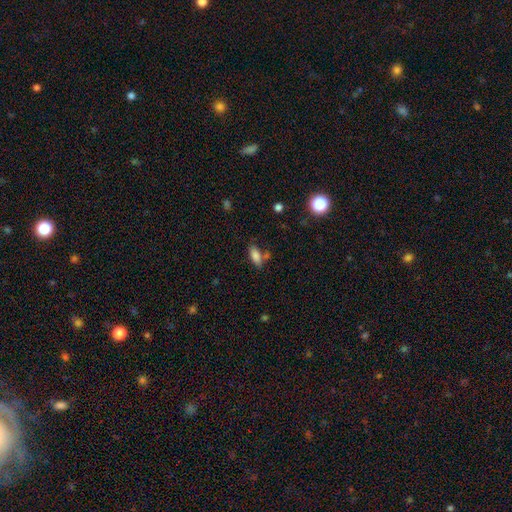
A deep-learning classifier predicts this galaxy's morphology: smooth-or-featured: smooth: 83% | star or artifact: 9% | featured or disk: 8%
  how-rounded: in between: 83% | cigar-shaped: 14% | round: 3%
  merging: none: 66% | minor disturbance: 16% | merger: 13% | major disturbance: 5%